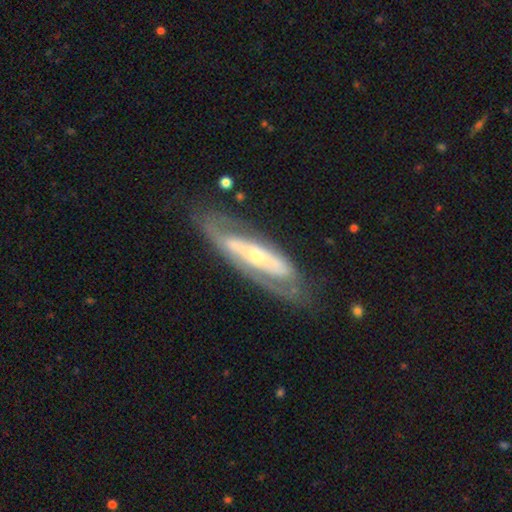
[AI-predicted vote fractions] Smooth or featured? featured or disk (77%)
Edge-on disk? no (78%)
Bar? no (48%)
Spiral arms? yes (68%)
Bulge size? small (58%)
Merging? none (66%)